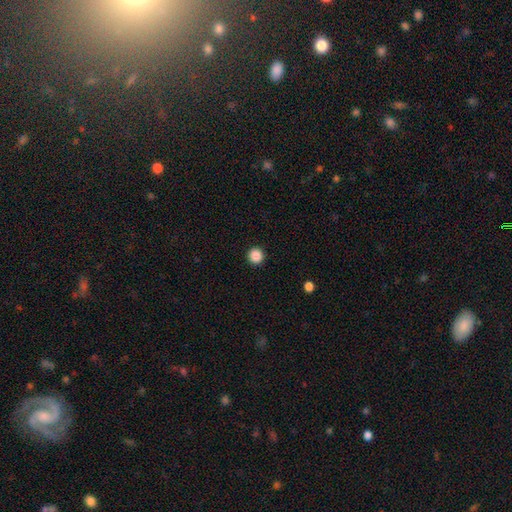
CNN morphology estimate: smooth_or_featured: smooth (p=0.88) [alt: star or artifact p=0.10]
how_rounded: round (p=0.95) [alt: in between p=0.04]
merging: none (p=0.93) [alt: minor disturbance p=0.04]